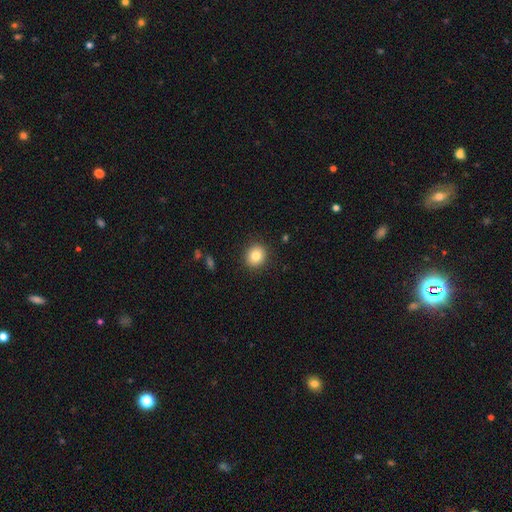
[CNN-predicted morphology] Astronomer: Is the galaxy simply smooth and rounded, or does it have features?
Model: smooth — 83%.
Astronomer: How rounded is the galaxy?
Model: round — 82%.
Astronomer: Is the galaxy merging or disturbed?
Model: none — 91%.